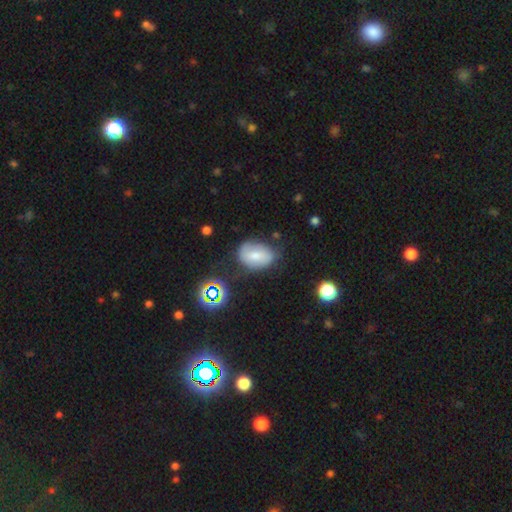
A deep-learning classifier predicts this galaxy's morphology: Q: Smooth or featured?
A: smooth (57%); runner-up: featured or disk (32%)
Q: How rounded?
A: in between (76%); runner-up: round (23%)
Q: Merging?
A: none (54%); runner-up: minor disturbance (30%)